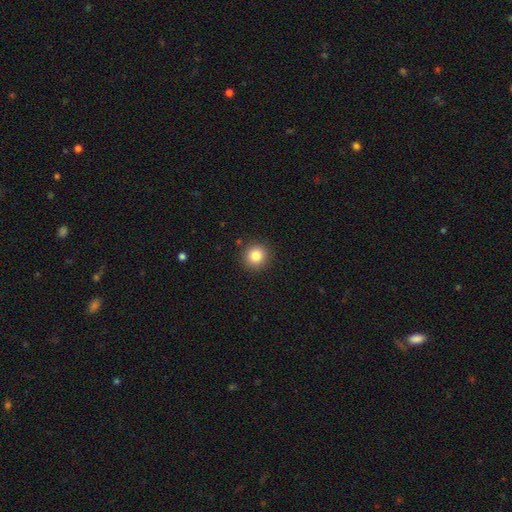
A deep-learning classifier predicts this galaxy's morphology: This is clearly a smooth galaxy (84%). How rounded: clearly round (94%). Merging: clearly none (91%).